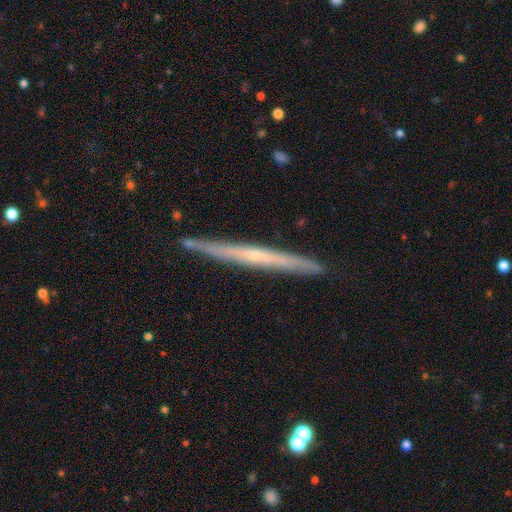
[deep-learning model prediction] smooth-or-featured: featured or disk: 71% | smooth: 23% | star or artifact: 6%
  disk-edge-on: yes: 97% | no: 3%
    edge-on-bulge: none: 57% | rounded: 40% | boxy: 4%
  merging: none: 89% | minor disturbance: 8% | merger: 1% | major disturbance: 1%